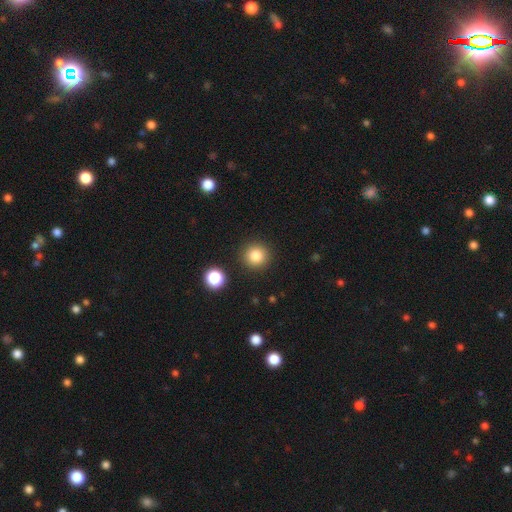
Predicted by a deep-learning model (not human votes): A smooth galaxy with no disk features (82%) that is round (94%).

Vote fractions:
- Smooth or featured? smooth: 82% / star or artifact: 12% / featured or disk: 6%
- How rounded? round: 94% / in between: 5% / cigar-shaped: 1%
- Merging? none: 90% / minor disturbance: 6% / major disturbance: 2% / merger: 2%